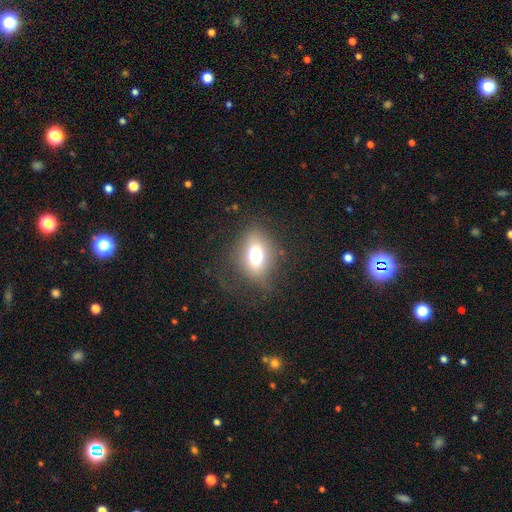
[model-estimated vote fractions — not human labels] This is likely a smooth galaxy (63%). How rounded: likely in between (63%). Merging: likely none (63%).